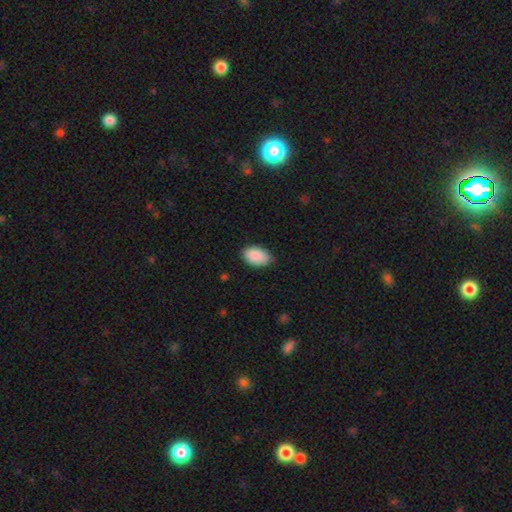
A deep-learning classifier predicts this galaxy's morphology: smooth-or-featured: smooth: 90% | star or artifact: 6% | featured or disk: 3%
  how-rounded: in between: 93% | round: 6% | cigar-shaped: 1%
  merging: none: 80% | minor disturbance: 17% | major disturbance: 2% | merger: 1%